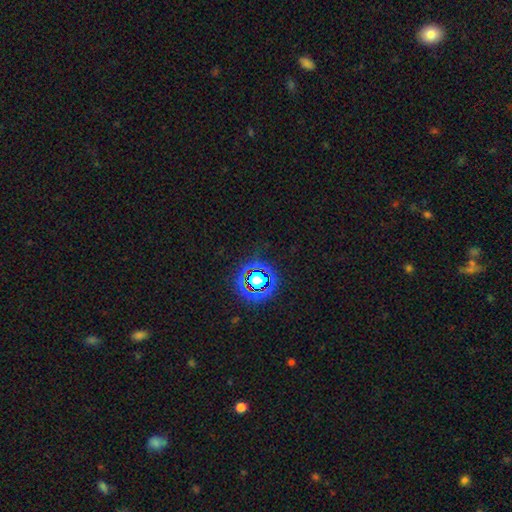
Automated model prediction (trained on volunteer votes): Smooth or featured? star or artifact (76%)